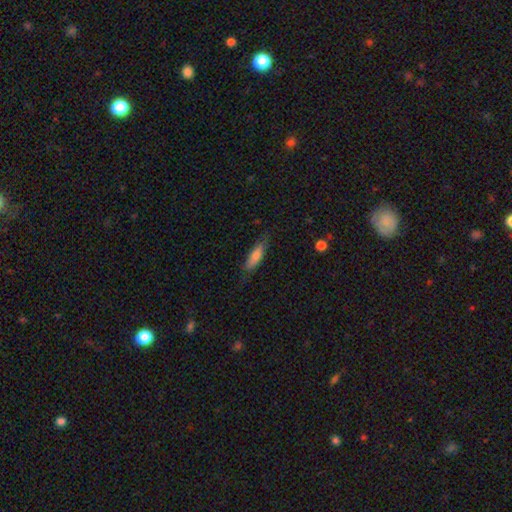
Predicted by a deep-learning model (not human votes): smooth_or_featured: smooth (p=0.78) [alt: featured or disk p=0.16]
how_rounded: cigar-shaped (p=0.56) [alt: in between p=0.42]
merging: none (p=0.71) [alt: minor disturbance p=0.22]